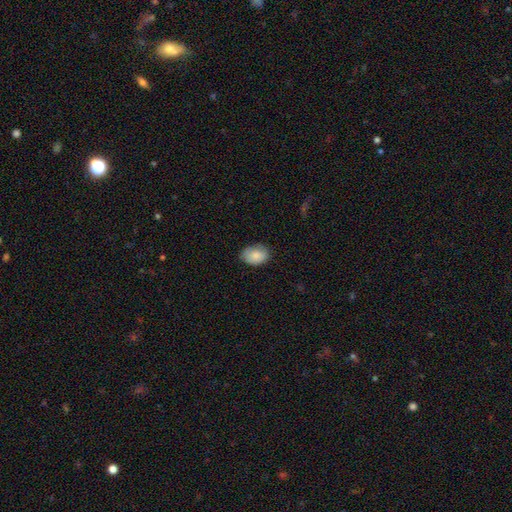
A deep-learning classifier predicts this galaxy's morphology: A smooth galaxy with no disk features (84%) that is in between round and cigar-shaped (79%). Merging: none (73%).